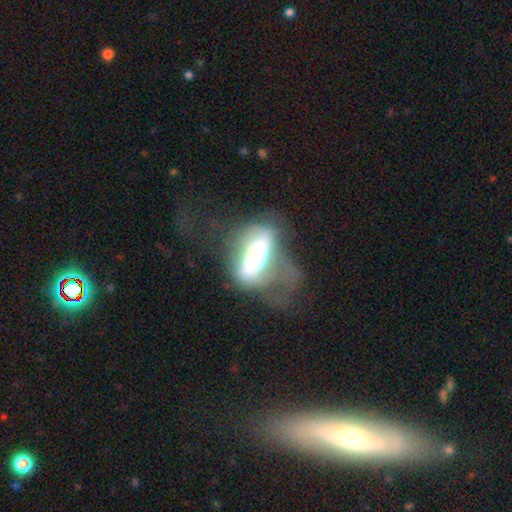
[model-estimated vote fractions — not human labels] smooth 45% (tied), featured or disk 45% (tied), star or artifact 10%. Down the decision tree: merging — major disturbance (48%).